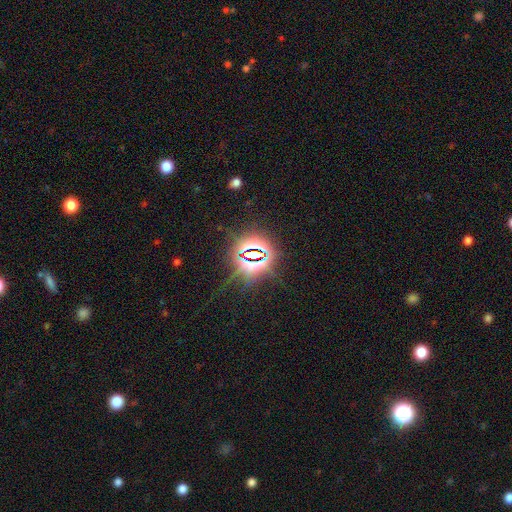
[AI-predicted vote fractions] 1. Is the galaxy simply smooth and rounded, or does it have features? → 81% star or artifact, 12% smooth, 8% featured or disk.